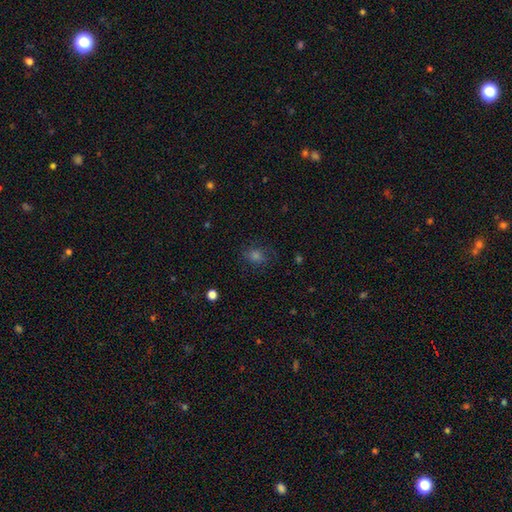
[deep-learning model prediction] Morphology: type=smooth (55%); roundness=round (58%); merging=none (77%).